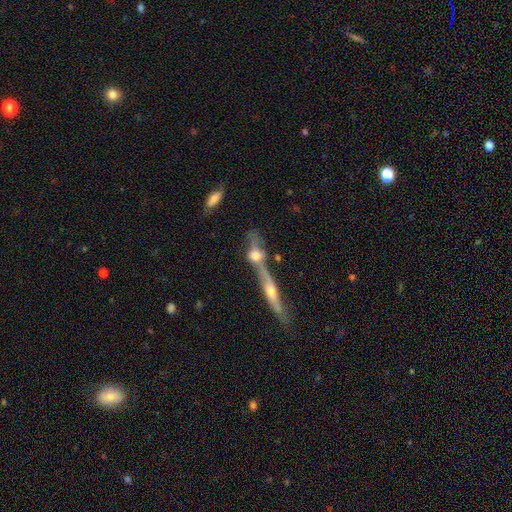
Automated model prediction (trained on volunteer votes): Smooth or featured? featured or disk (47%)
Merging? merger (59%)